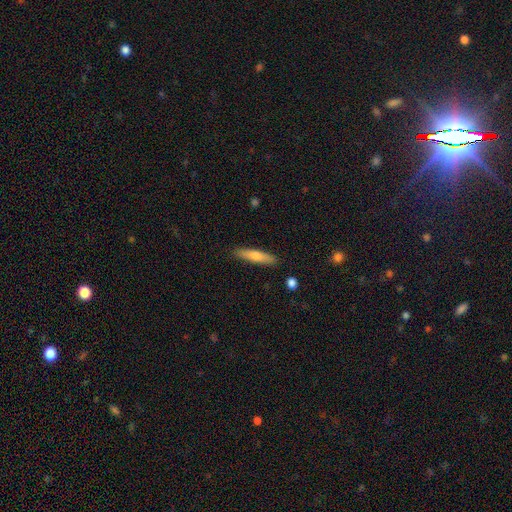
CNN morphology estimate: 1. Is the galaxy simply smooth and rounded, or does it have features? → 60% smooth, 34% featured or disk, 6% star or artifact.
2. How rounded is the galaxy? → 85% cigar-shaped, 13% in between, 2% round.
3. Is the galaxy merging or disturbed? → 89% none, 8% minor disturbance, 2% major disturbance, 1% merger.